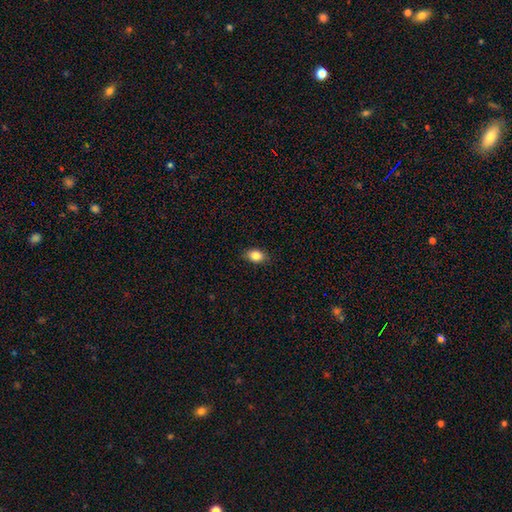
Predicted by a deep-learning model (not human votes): smooth 86%, star or artifact 9%, featured or disk 6%. Down the decision tree: how rounded — in between (81%); merging — none (86%).